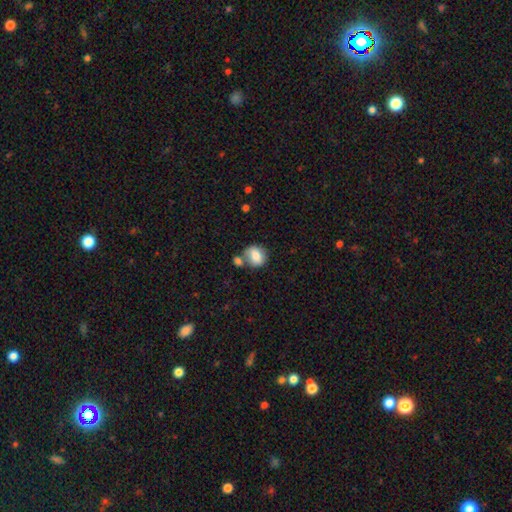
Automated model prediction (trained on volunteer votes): A smooth galaxy with no disk features (79%) that is round (65%).

Vote fractions:
- Smooth or featured? smooth: 79% / featured or disk: 13% / star or artifact: 8%
- How rounded? round: 65% / in between: 34% / cigar-shaped: 1%
- Merging? none: 49% / merger: 31% / minor disturbance: 15% / major disturbance: 5%